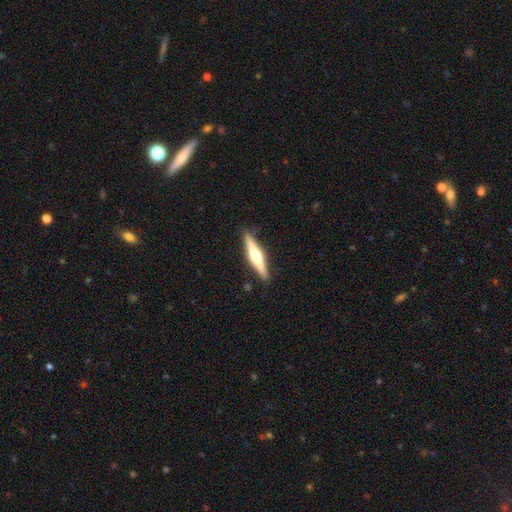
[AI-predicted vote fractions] A featured or disk galaxy (68%) viewed edge-on (97%) with a rounded central bulge (93%).

Vote fractions:
- Smooth or featured? featured or disk: 68% / smooth: 27% / star or artifact: 5%
- Edge-on disk? yes: 97% / no: 3%
- Edge-on bulge? rounded: 93% / boxy: 4% / none: 3%
- Merging? none: 89% / minor disturbance: 8% / major disturbance: 2% / merger: 1%